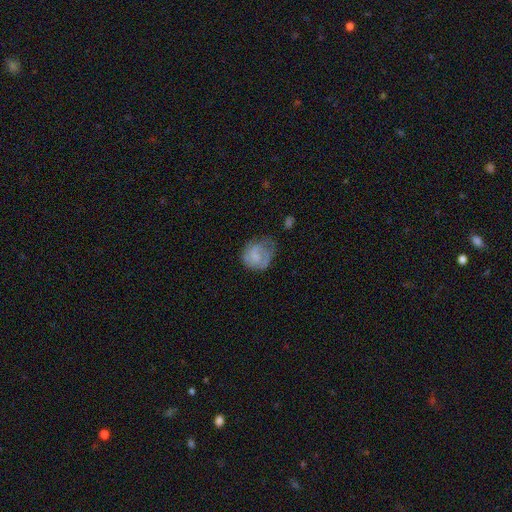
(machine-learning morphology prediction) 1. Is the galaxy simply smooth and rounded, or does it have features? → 60% smooth, 32% featured or disk, 8% star or artifact.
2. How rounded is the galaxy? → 69% round, 30% in between, 1% cigar-shaped.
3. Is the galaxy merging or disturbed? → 37% none, 33% minor disturbance, 27% major disturbance, 3% merger.